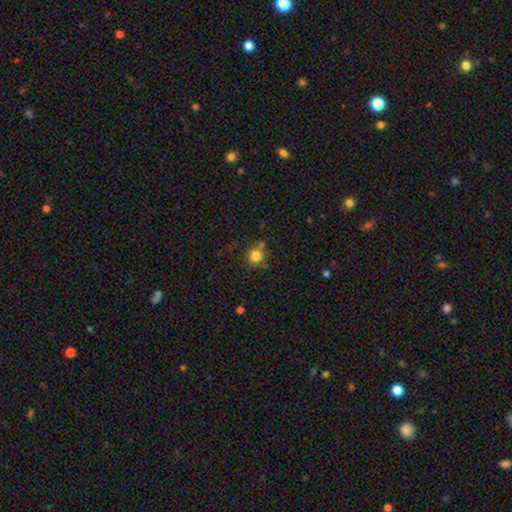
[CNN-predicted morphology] This is clearly a smooth galaxy (81%). How rounded: clearly round (88%). Merging: likely none (69%).